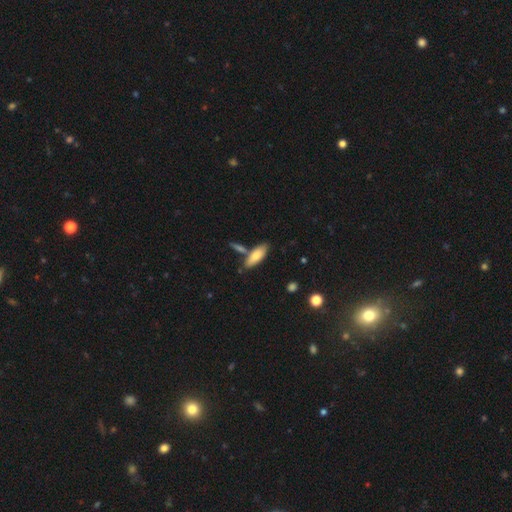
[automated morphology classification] Q: Smooth or featured?
A: smooth (78%); runner-up: featured or disk (16%)
Q: How rounded?
A: in between (67%); runner-up: cigar-shaped (31%)
Q: Merging?
A: none (69%); runner-up: merger (15%)